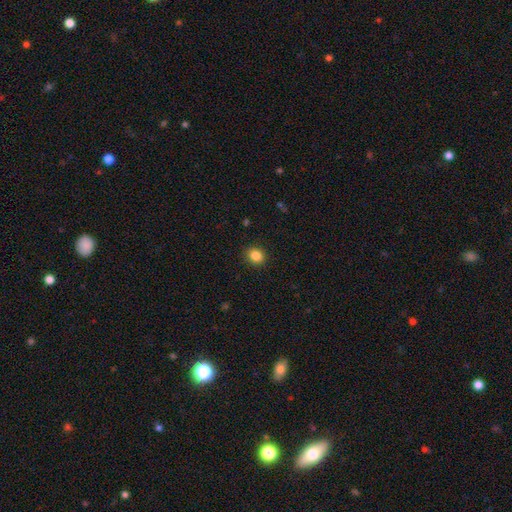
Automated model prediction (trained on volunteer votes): This is clearly a smooth galaxy (85%). How rounded: likely round (75%). Merging: clearly none (91%).